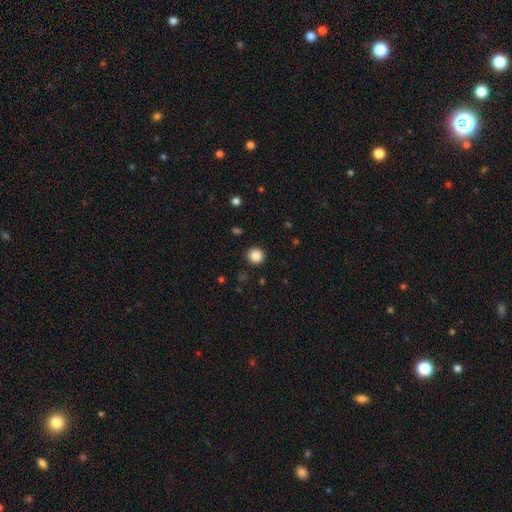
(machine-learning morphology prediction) The model was most divided on "smooth or featured": smooth: 86%, star or artifact: 10%, featured or disk: 3%. More confident: how rounded — round (94%); merging — none (92%).